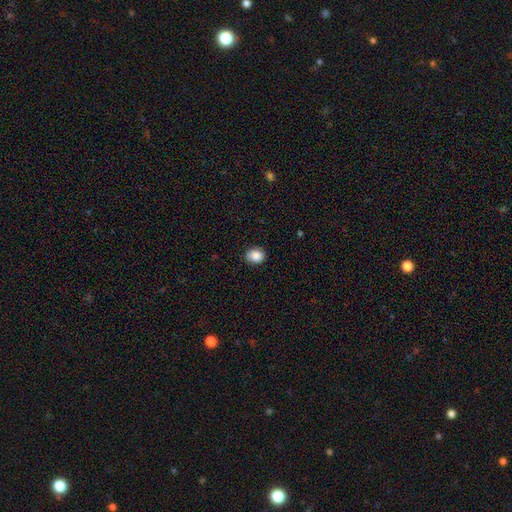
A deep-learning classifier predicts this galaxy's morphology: smooth-or-featured: smooth: 88% | star or artifact: 9% | featured or disk: 4%
  how-rounded: round: 62% | in between: 37% | cigar-shaped: 1%
  merging: none: 86% | minor disturbance: 11% | major disturbance: 2% | merger: 1%